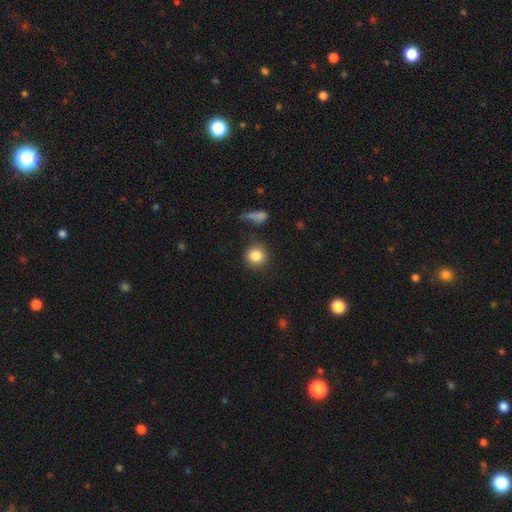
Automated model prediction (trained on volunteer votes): Q: Smooth or featured?
A: smooth (85%); runner-up: star or artifact (9%)
Q: How rounded?
A: round (91%); runner-up: in between (8%)
Q: Merging?
A: none (82%); runner-up: minor disturbance (10%)